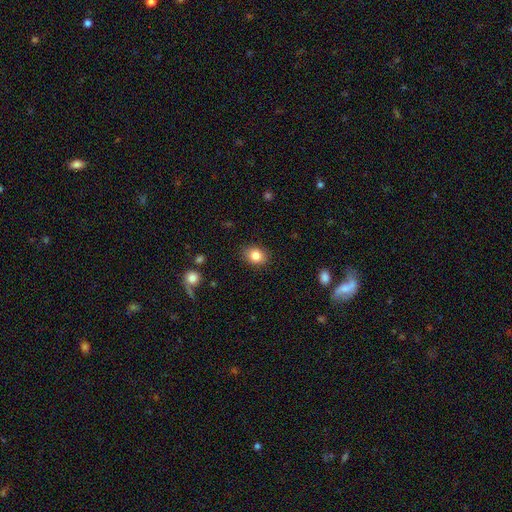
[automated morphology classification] A smooth galaxy with no disk features (84%) that is in between round and cigar-shaped (59%).

Vote fractions:
- Smooth or featured? smooth: 84% / star or artifact: 9% / featured or disk: 7%
- How rounded? in between: 59% / round: 40% / cigar-shaped: 1%
- Merging? none: 87% / minor disturbance: 10% / major disturbance: 2% / merger: 1%